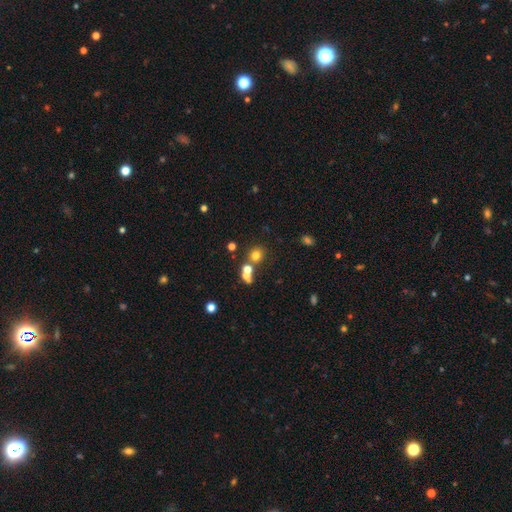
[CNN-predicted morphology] A smooth galaxy with no disk features (70%) that is round (78%). Merging: none (60%).